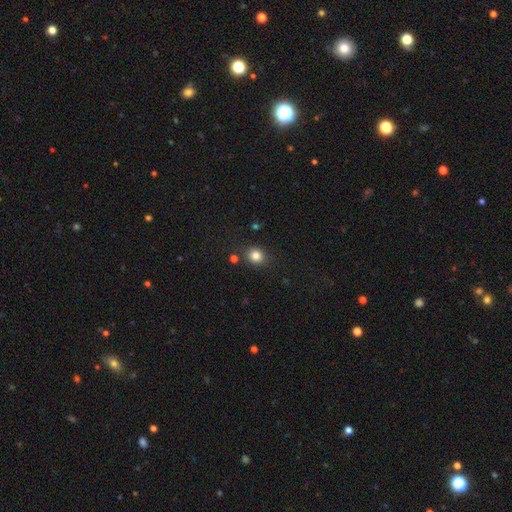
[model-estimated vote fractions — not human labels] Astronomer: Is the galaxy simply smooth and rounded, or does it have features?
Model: smooth — 83%.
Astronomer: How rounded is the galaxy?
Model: round — 77%.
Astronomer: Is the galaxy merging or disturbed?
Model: none — 83%.